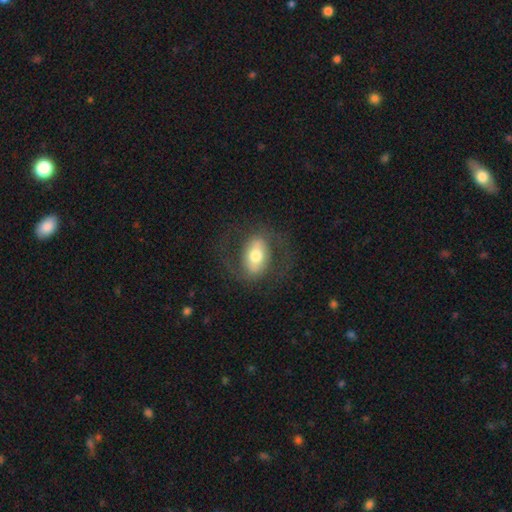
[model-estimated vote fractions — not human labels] Overall: featured or disk (51%; smooth 42%). Edge-on disk: no (91%). Merging: none (73%).